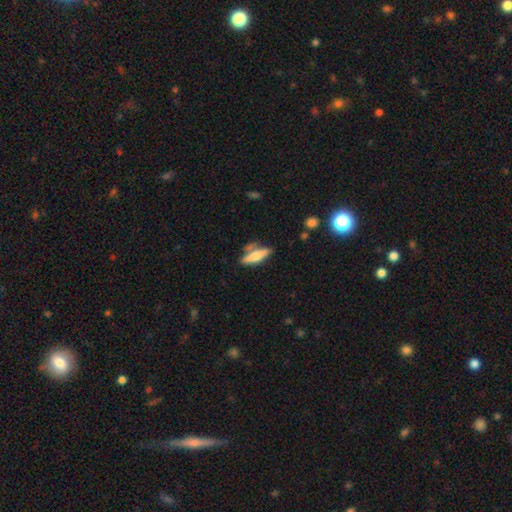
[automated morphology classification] smooth_or_featured: smooth (p=0.57) [alt: featured or disk p=0.36]
how_rounded: cigar-shaped (p=0.62) [alt: in between p=0.36]
merging: none (p=0.62) [alt: minor disturbance p=0.18]